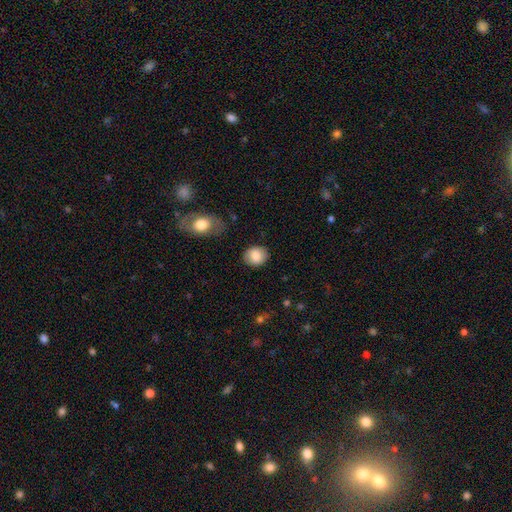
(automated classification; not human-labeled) smooth_or_featured: smooth (p=0.84) [alt: featured or disk p=0.09]
how_rounded: round (p=0.63) [alt: in between p=0.36]
merging: none (p=0.87) [alt: minor disturbance p=0.09]